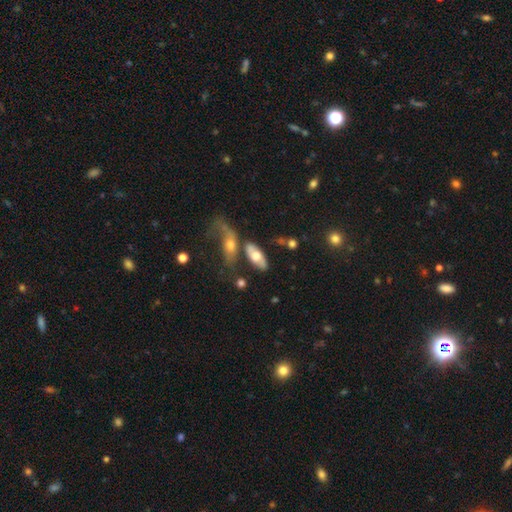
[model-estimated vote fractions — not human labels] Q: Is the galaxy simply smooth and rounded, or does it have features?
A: smooth — 55%.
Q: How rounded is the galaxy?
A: in between — 84%.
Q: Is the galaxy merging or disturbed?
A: none — 51%.